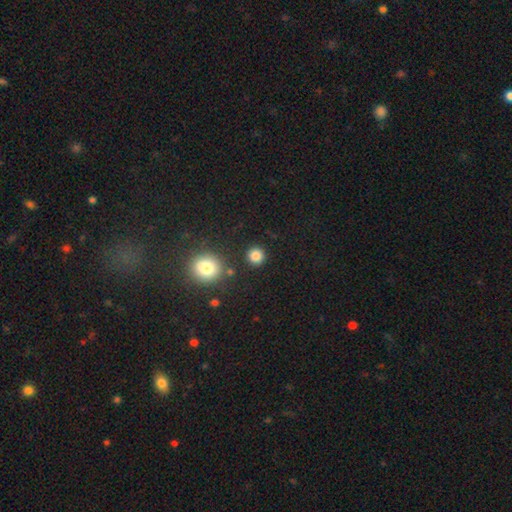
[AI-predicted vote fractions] smooth_or_featured: smooth (p=0.84) [alt: star or artifact p=0.12]
how_rounded: round (p=0.93) [alt: in between p=0.06]
merging: none (p=0.89) [alt: minor disturbance p=0.06]